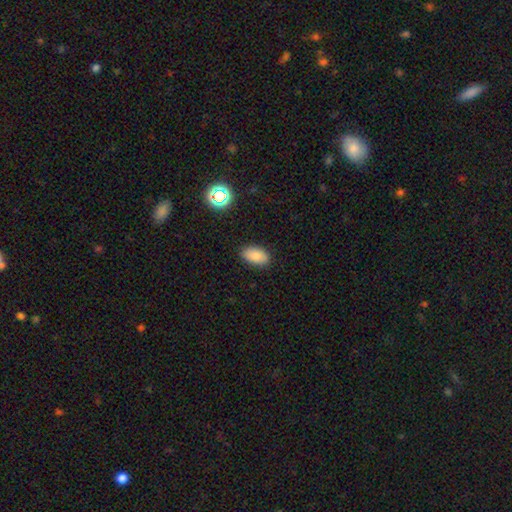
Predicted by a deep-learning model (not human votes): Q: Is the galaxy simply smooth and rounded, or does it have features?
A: smooth — 84%.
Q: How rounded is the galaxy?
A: in between — 93%.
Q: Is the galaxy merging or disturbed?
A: none — 86%.